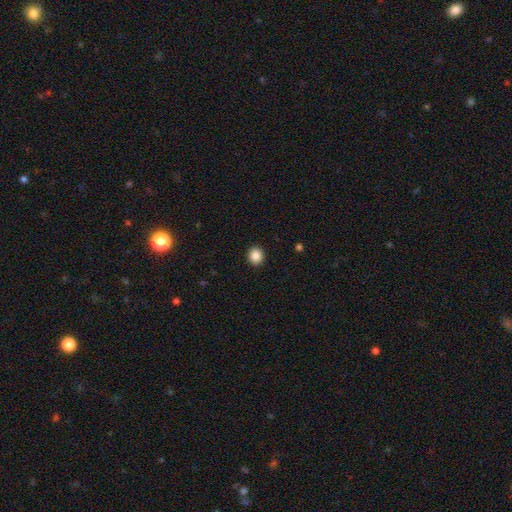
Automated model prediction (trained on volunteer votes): Morphology: type=smooth (87%); roundness=round (78%); merging=none (92%).